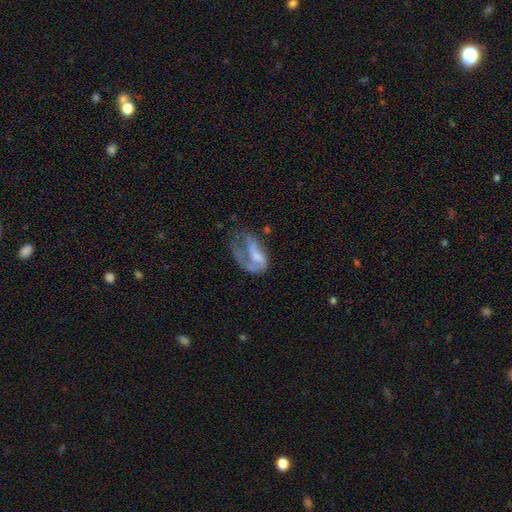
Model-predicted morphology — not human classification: Smooth or featured?
  - featured or disk: 56% *
  - smooth: 35%
  - star or artifact: 9%
Edge-on disk?
  - no: 96% *
  - yes: 4%
Bar?
  - no: 60% *
  - weak: 29%
  - strong: 11%
Spiral arms?
  - yes: 56% *
  - no: 44%
Bulge size?
  - none: 40% *
  - moderate: 25%
  - small: 25%
  - large: 8%
  - dominant: 2%
Merging?
  - major disturbance: 55% *
  - none: 21%
  - minor disturbance: 17%
  - merger: 7%